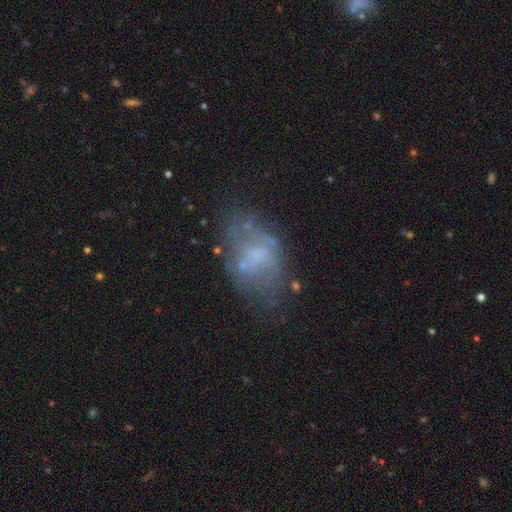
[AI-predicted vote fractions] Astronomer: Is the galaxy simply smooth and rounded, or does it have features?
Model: featured or disk — 52% (runner-up: smooth, 36%).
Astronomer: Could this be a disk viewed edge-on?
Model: no — 96%.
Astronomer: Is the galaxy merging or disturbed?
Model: none — 48% (runner-up: minor disturbance, 24%).